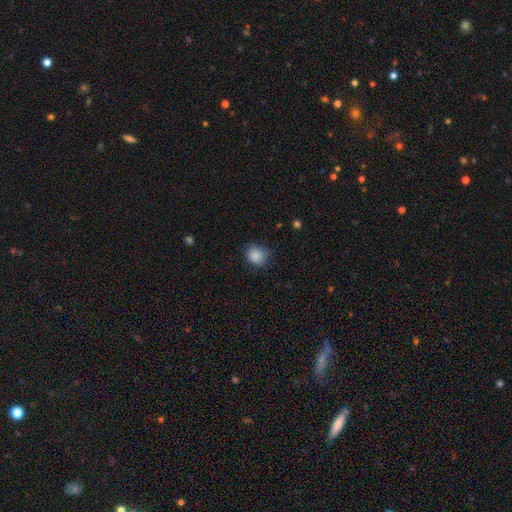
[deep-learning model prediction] Smooth or featured? smooth (87%)
How rounded? round (76%)
Merging? none (74%)